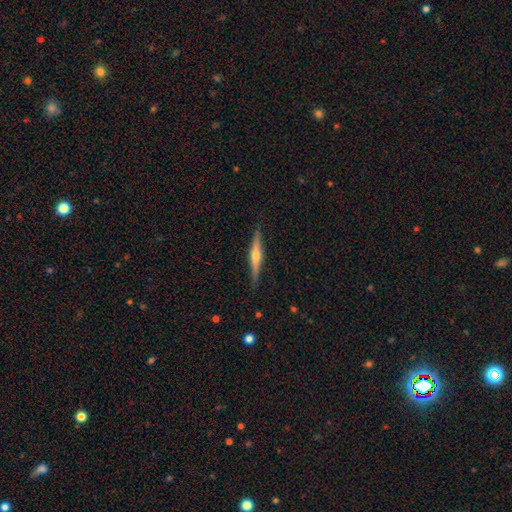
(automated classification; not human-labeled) This is likely a featured or disk galaxy (69%). It is clearly viewed edge-on (97%). Edge-on bulge: clearly rounded (87%). Merging: clearly none (88%).